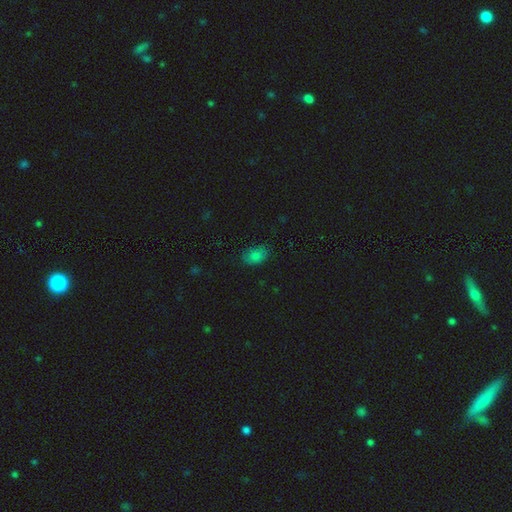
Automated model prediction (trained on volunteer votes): smooth 82%, star or artifact 11%, featured or disk 7%. Down the decision tree: how rounded — in between (84%); merging — none (77%).